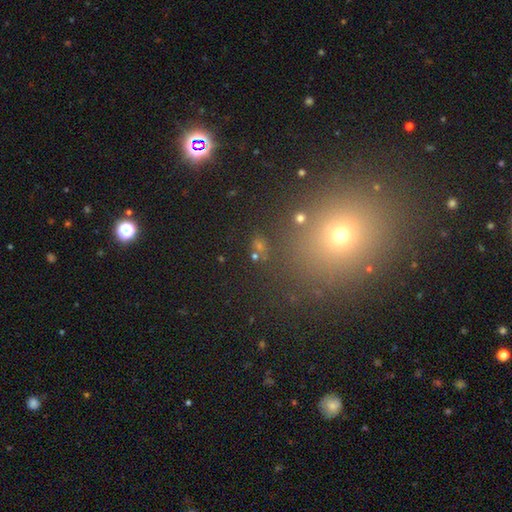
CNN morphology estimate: A smooth galaxy with no disk features (47%). Merging: none (74%).